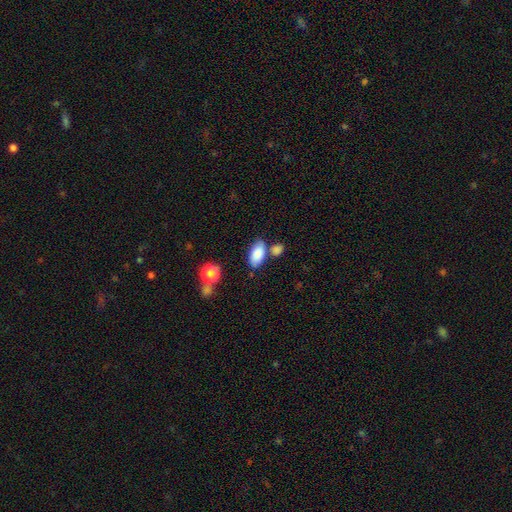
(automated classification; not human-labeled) A smooth galaxy with no disk features (85%) that is in between round and cigar-shaped (92%).

Vote fractions:
- Smooth or featured? smooth: 85% / featured or disk: 8% / star or artifact: 7%
- How rounded? in between: 92% / cigar-shaped: 4% / round: 4%
- Merging? none: 64% / merger: 17% / minor disturbance: 15% / major disturbance: 4%